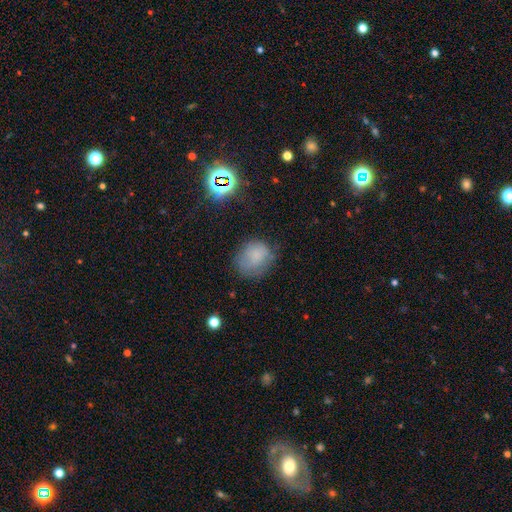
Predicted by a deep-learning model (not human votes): Smooth or featured? Predicted: smooth (p=0.73). How rounded? Predicted: round (p=0.62). Merging? Predicted: none (p=0.59).